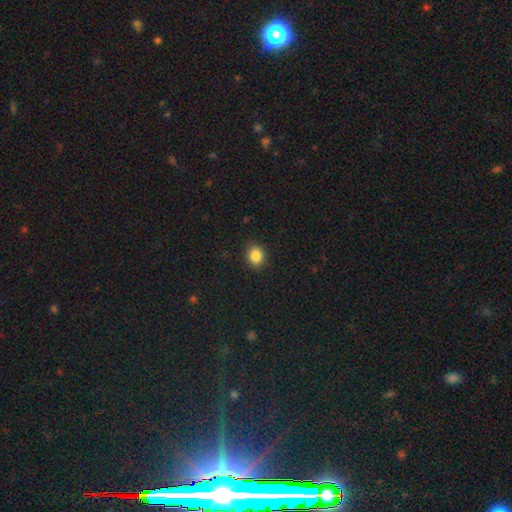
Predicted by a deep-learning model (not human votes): Smooth or featured?
  - smooth: 86% *
  - star or artifact: 10%
  - featured or disk: 4%
How rounded?
  - round: 67% *
  - in between: 32%
  - cigar-shaped: 1%
Merging?
  - none: 90% *
  - minor disturbance: 7%
  - major disturbance: 2%
  - merger: 1%